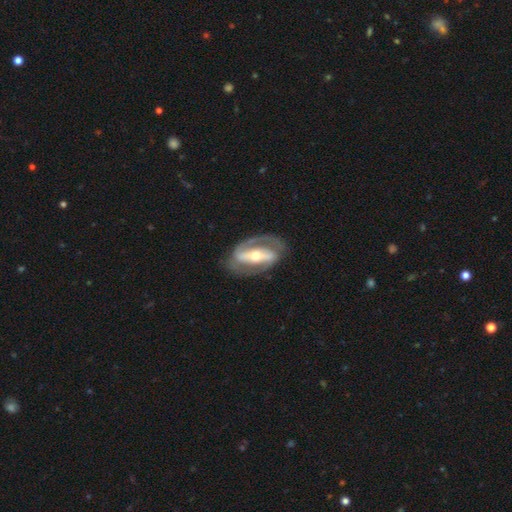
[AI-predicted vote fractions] A featured or disk galaxy (85%) with a strong bar (68%), 2 (82%) medium (44%) spiral arms (85%) and a moderate central bulge (59%).

Vote fractions:
- Smooth or featured? featured or disk: 85% / smooth: 11% / star or artifact: 4%
- Edge-on disk? no: 92% / yes: 8%
- Bar? strong: 68% / weak: 19% / no: 13%
- Spiral arms? yes: 85% / no: 15%
- Spiral winding? medium: 44% / tight: 37% / loose: 18%
- Spiral arm count? 2: 82% / 1: 8% / can't tell: 7% / 3: 1% / 4: 1% / more than 4: 1%
- Bulge size? moderate: 59% / small: 34% / large: 5% / dominant: 1% / none: 1%
- Merging? none: 76% / minor disturbance: 14% / major disturbance: 8% / merger: 1%